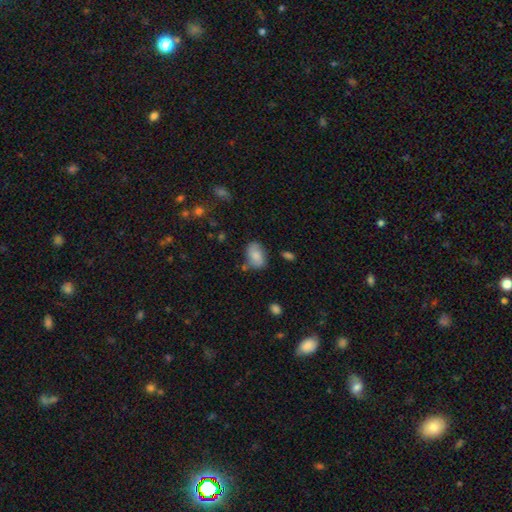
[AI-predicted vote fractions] smooth-or-featured: smooth: 76% | featured or disk: 16% | star or artifact: 8%
  how-rounded: in between: 87% | round: 12% | cigar-shaped: 1%
  merging: none: 66% | minor disturbance: 22% | merger: 6% | major disturbance: 6%